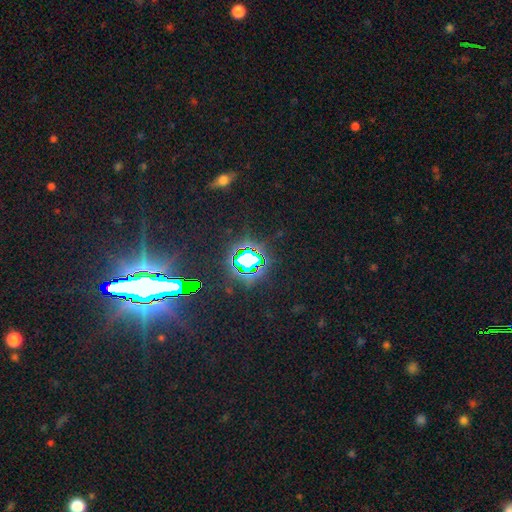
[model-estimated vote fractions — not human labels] Smooth or featured?
  - star or artifact: 82% *
  - smooth: 10%
  - featured or disk: 8%